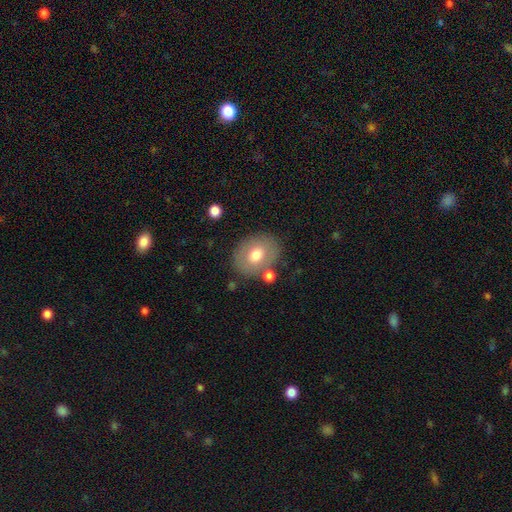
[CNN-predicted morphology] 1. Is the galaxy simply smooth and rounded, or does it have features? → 66% smooth, 26% featured or disk, 8% star or artifact.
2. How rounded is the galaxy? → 55% in between, 44% round, 1% cigar-shaped.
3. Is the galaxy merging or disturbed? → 77% none, 12% minor disturbance, 6% merger, 4% major disturbance.